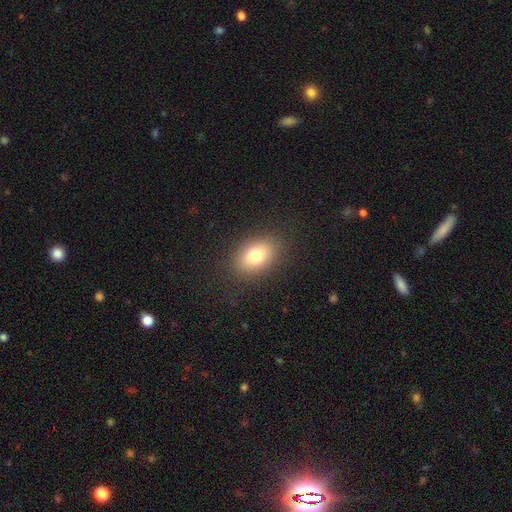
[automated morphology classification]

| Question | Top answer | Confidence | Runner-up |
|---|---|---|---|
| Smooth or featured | smooth | 77% | featured or disk (12%) |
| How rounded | in between | 78% | round (21%) |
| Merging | none | 86% | minor disturbance (9%) |